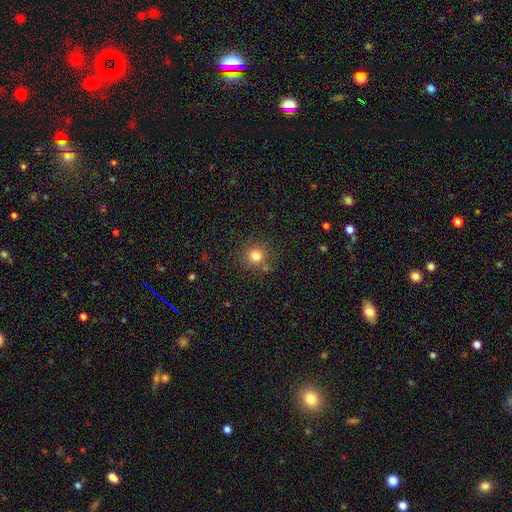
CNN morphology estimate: This is clearly a smooth galaxy (80%). How rounded: clearly round (92%). Merging: clearly none (81%).